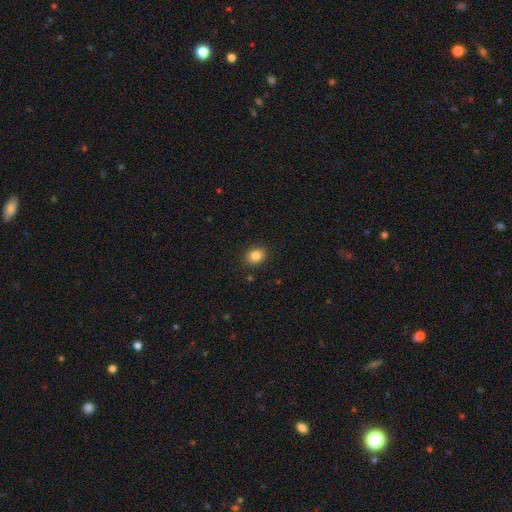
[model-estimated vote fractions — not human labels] Smooth or featured?
  - smooth: 84% *
  - star or artifact: 10%
  - featured or disk: 6%
How rounded?
  - in between: 58% *
  - round: 41%
  - cigar-shaped: 1%
Merging?
  - none: 88% *
  - minor disturbance: 8%
  - major disturbance: 2%
  - merger: 1%